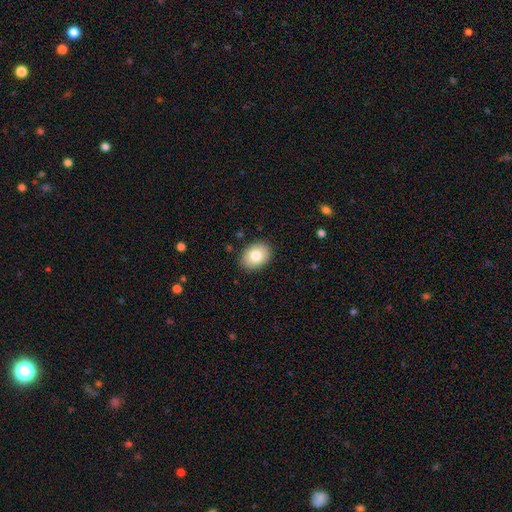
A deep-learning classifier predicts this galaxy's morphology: The model was most divided on "how rounded": in between: 68%, round: 31%, cigar-shaped: 1%. More confident: merging — none (88%); smooth or featured — smooth (81%).